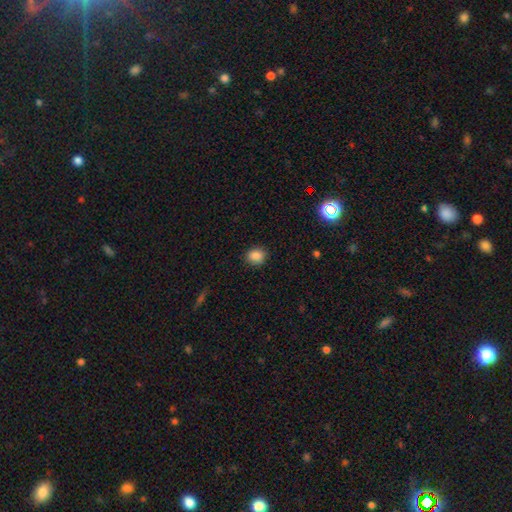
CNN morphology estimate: The model was most divided on "how rounded": round: 66%, in between: 33%, cigar-shaped: 1%. More confident: merging — none (88%); smooth or featured — smooth (86%).